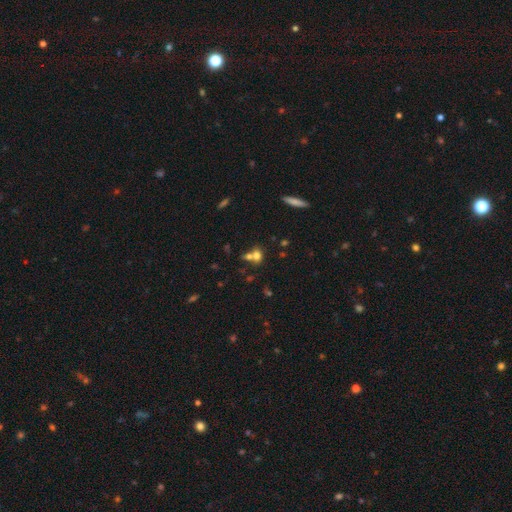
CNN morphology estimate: A smooth galaxy with no disk features (69%) that is round (54%).

Vote fractions:
- Smooth or featured? smooth: 69% / star or artifact: 16% / featured or disk: 15%
- How rounded? round: 54% / in between: 43% / cigar-shaped: 3%
- Merging? merger: 52% / none: 36% / minor disturbance: 8% / major disturbance: 4%